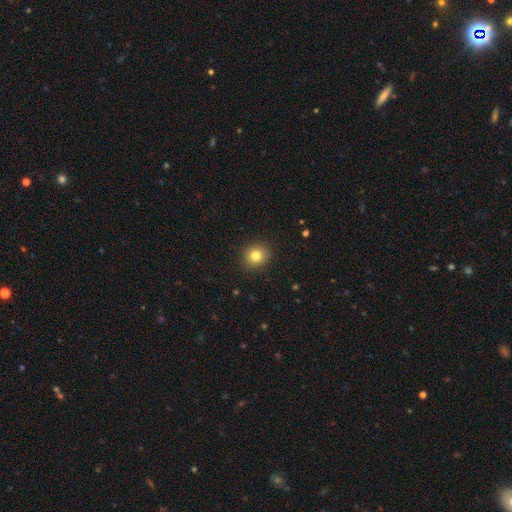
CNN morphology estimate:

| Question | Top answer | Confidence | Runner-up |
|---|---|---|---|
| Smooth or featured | smooth | 81% | star or artifact (12%) |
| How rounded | round | 85% | in between (14%) |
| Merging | none | 91% | minor disturbance (6%) |